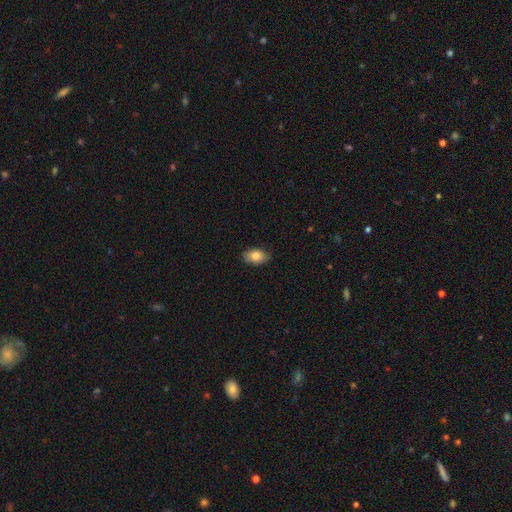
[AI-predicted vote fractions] smooth-or-featured: smooth: 83% | featured or disk: 9% | star or artifact: 7%
  how-rounded: in between: 88% | round: 11% | cigar-shaped: 1%
  merging: none: 83% | minor disturbance: 14% | major disturbance: 2% | merger: 1%